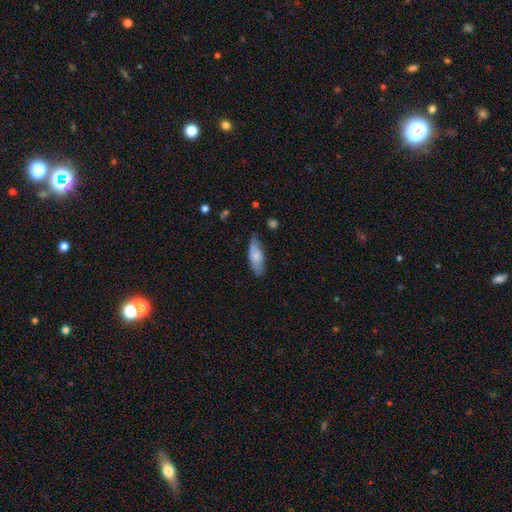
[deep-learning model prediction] Q: Smooth or featured?
A: smooth (74%); runner-up: featured or disk (20%)
Q: How rounded?
A: in between (68%); runner-up: cigar-shaped (30%)
Q: Merging?
A: none (72%); runner-up: minor disturbance (23%)